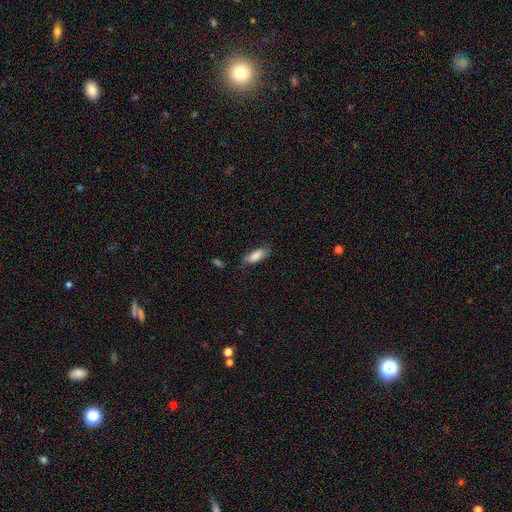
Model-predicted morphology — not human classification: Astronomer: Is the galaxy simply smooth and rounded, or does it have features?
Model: smooth — 81%.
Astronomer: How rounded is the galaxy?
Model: in between — 74%.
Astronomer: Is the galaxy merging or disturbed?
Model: none — 68%.